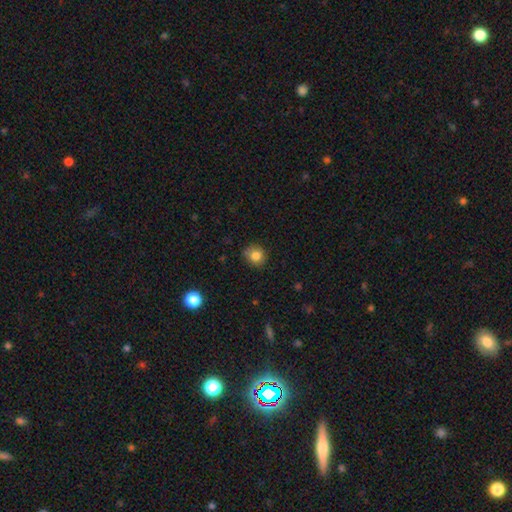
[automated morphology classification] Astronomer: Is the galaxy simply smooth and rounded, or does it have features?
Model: smooth — 82%.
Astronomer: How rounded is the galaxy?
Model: round — 79%.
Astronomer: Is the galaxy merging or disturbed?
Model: none — 79%.